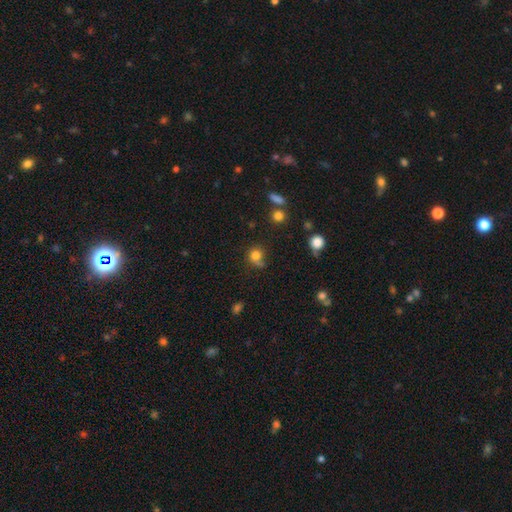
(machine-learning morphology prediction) smooth_or_featured: smooth (p=0.78) [alt: star or artifact p=0.14]
how_rounded: round (p=0.82) [alt: in between p=0.17]
merging: none (p=0.56) [alt: minor disturbance p=0.22]